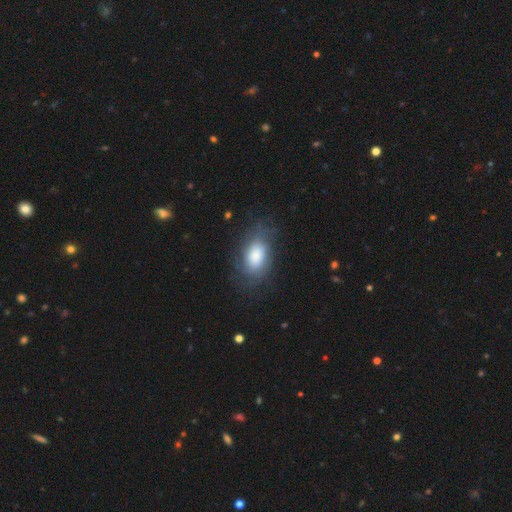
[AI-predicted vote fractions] smooth 61%, featured or disk 30%, star or artifact 8%. Down the decision tree: how rounded — in between (89%); merging — none (64%).